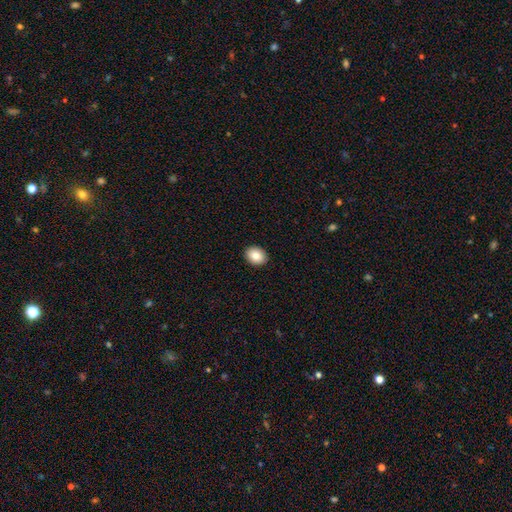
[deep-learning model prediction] Smooth or featured? Predicted: smooth (p=0.83). How rounded? Predicted: in between (p=0.57). Merging? Predicted: none (p=0.91).